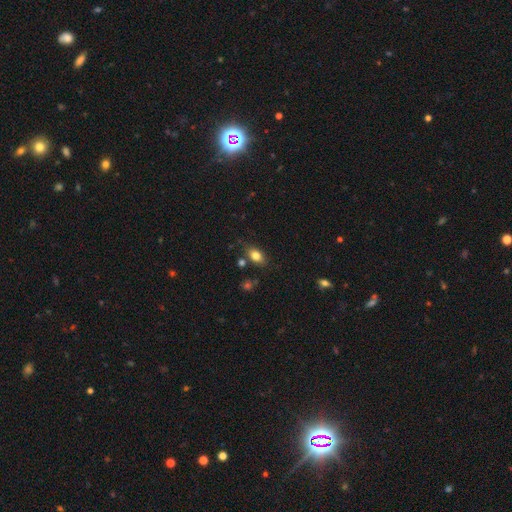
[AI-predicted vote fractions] This is clearly a smooth galaxy (81%). How rounded: clearly in between (84%). Merging: likely none (78%).